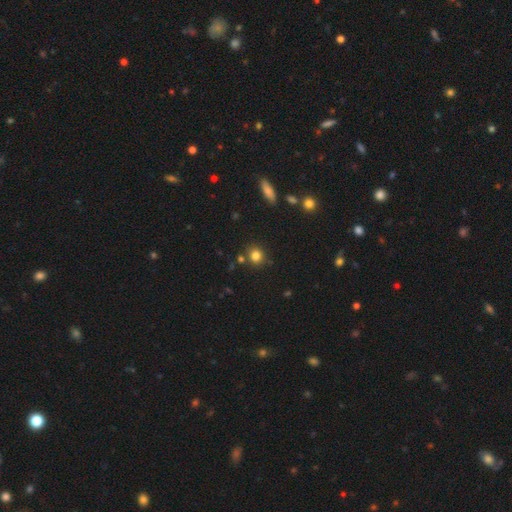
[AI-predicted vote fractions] smooth_or_featured: smooth (p=0.81) [alt: star or artifact p=0.13]
how_rounded: round (p=0.83) [alt: in between p=0.15]
merging: none (p=0.79) [alt: minor disturbance p=0.10]